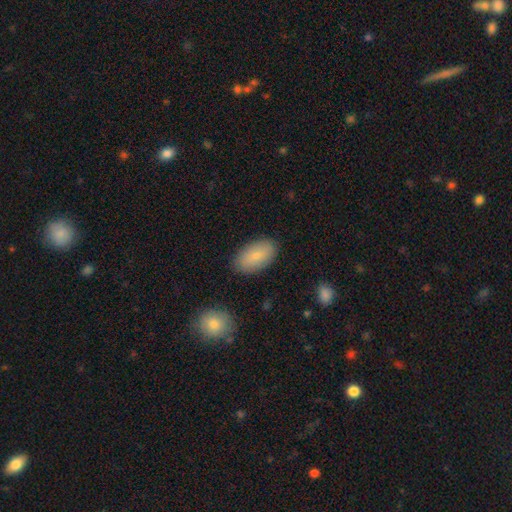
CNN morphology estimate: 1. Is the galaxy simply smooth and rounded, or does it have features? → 80% smooth, 13% featured or disk, 7% star or artifact.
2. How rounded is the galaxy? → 94% in between, 4% round, 2% cigar-shaped.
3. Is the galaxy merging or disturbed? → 86% none, 10% minor disturbance, 2% major disturbance, 2% merger.